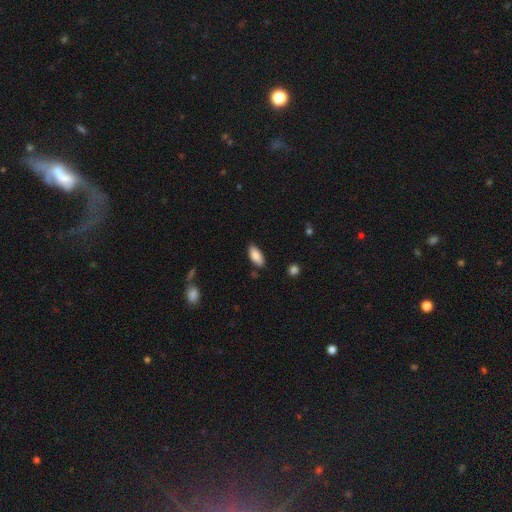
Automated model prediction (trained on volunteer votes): Q: Smooth or featured?
A: smooth (87%); runner-up: star or artifact (7%)
Q: How rounded?
A: in between (88%); runner-up: cigar-shaped (10%)
Q: Merging?
A: none (83%); runner-up: minor disturbance (13%)